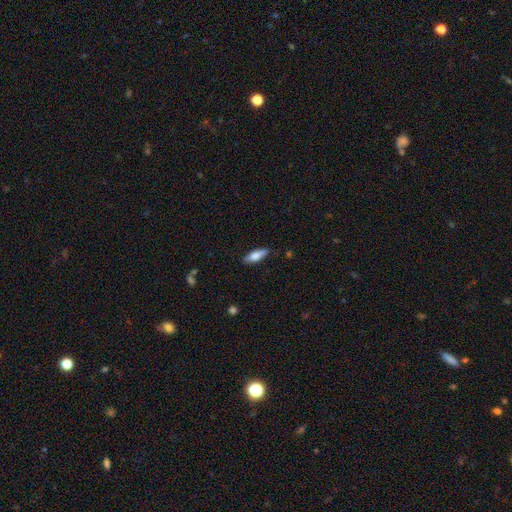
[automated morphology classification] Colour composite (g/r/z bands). It shows a smooth galaxy with no disk features (70%) that is in between round and cigar-shaped (54%). Merging: none (83%).